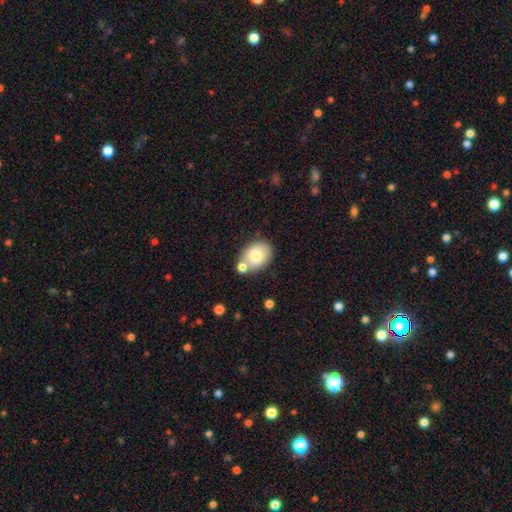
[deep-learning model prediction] smooth-or-featured: smooth: 76% | featured or disk: 16% | star or artifact: 8%
  how-rounded: in between: 64% | round: 35% | cigar-shaped: 1%
  merging: none: 63% | merger: 20% | minor disturbance: 14% | major disturbance: 4%